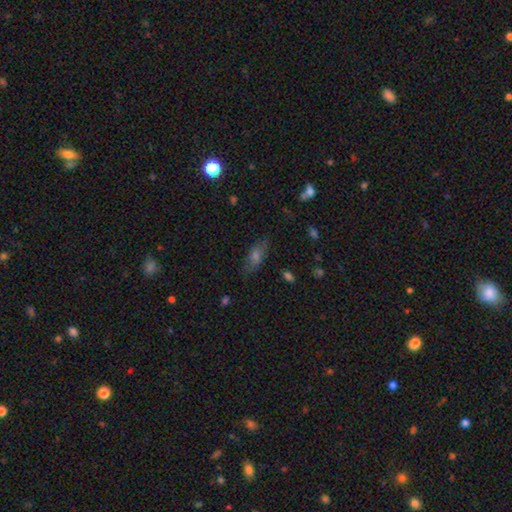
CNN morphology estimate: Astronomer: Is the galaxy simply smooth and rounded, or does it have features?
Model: smooth — 49% (runner-up: featured or disk, 30%).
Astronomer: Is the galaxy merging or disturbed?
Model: none — 79%.